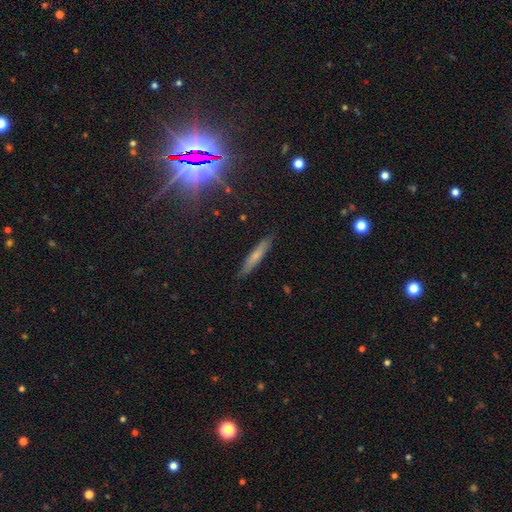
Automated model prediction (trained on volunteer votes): smooth-or-featured: smooth: 62% | featured or disk: 28% | star or artifact: 10%
  how-rounded: cigar-shaped: 91% | in between: 7% | round: 2%
  merging: none: 87% | minor disturbance: 10% | major disturbance: 2% | merger: 1%